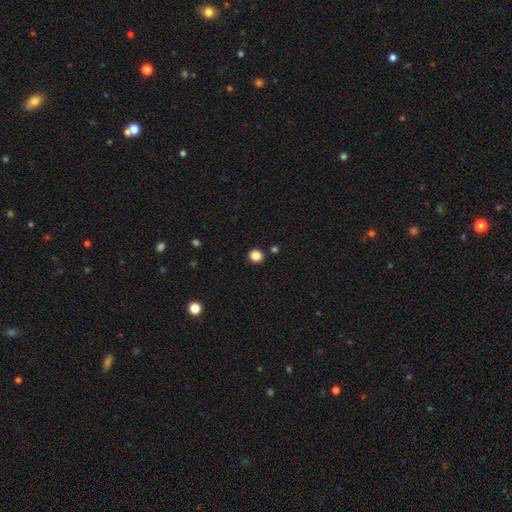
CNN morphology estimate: Smooth or featured?
  - smooth: 85% *
  - star or artifact: 11%
  - featured or disk: 4%
How rounded?
  - round: 85% *
  - in between: 14%
  - cigar-shaped: 1%
Merging?
  - none: 90% *
  - minor disturbance: 5%
  - merger: 3%
  - major disturbance: 2%